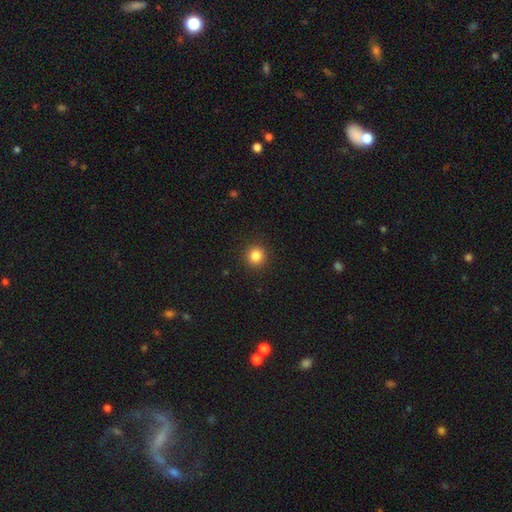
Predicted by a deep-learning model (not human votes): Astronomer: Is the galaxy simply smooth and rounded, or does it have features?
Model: smooth — 84%.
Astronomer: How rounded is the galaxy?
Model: round — 94%.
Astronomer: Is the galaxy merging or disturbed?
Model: none — 92%.